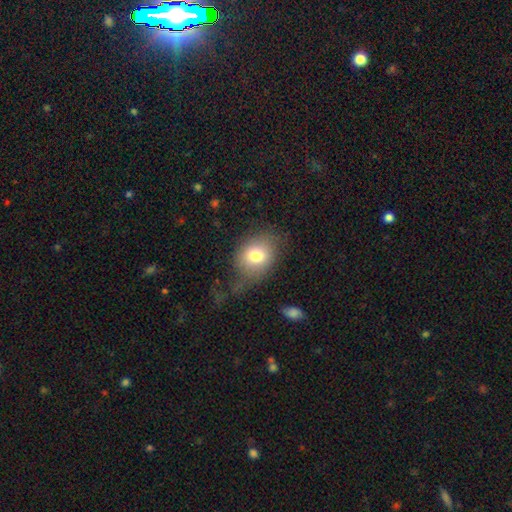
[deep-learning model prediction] This appears to be a smooth galaxy with no disk features (75%) that is round (51%). Merging: none (52%).